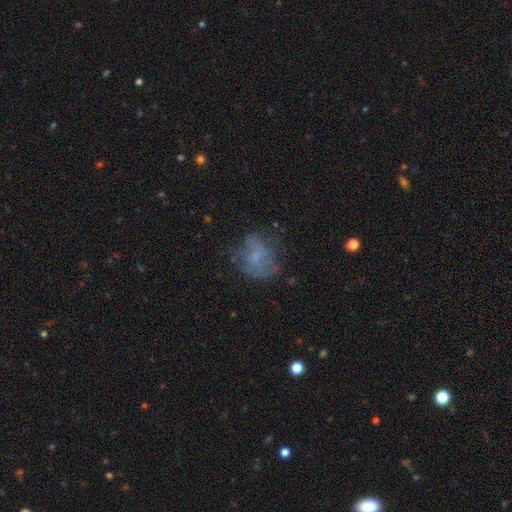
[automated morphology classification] This appears to be a smooth galaxy with no disk features (48%). Merging: none (58%).